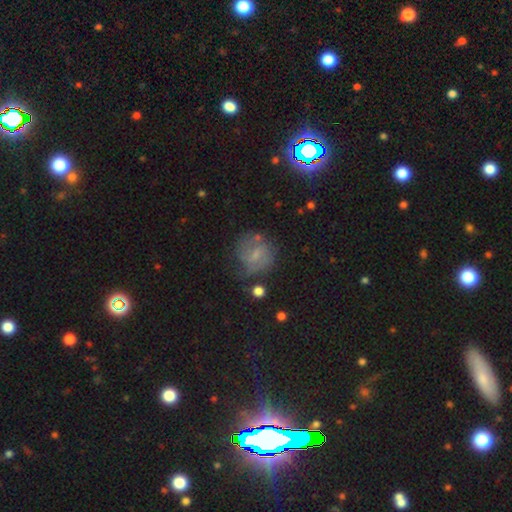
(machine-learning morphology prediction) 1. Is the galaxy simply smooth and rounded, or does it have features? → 46% featured or disk, 42% smooth, 12% star or artifact.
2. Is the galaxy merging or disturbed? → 57% none, 24% minor disturbance, 14% major disturbance, 5% merger.